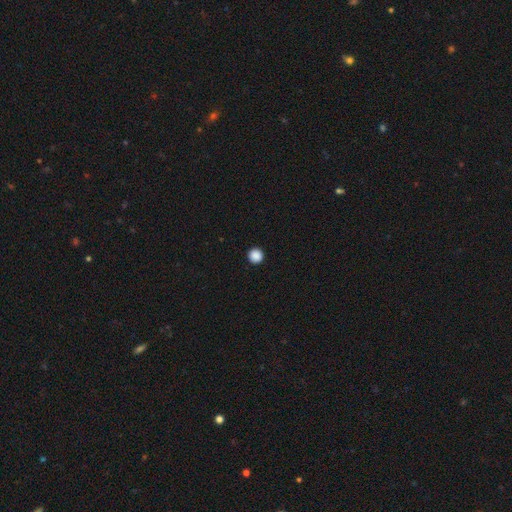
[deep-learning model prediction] smooth_or_featured: smooth (p=0.89) [alt: star or artifact p=0.09]
how_rounded: round (p=0.96) [alt: in between p=0.03]
merging: none (p=0.94) [alt: minor disturbance p=0.04]